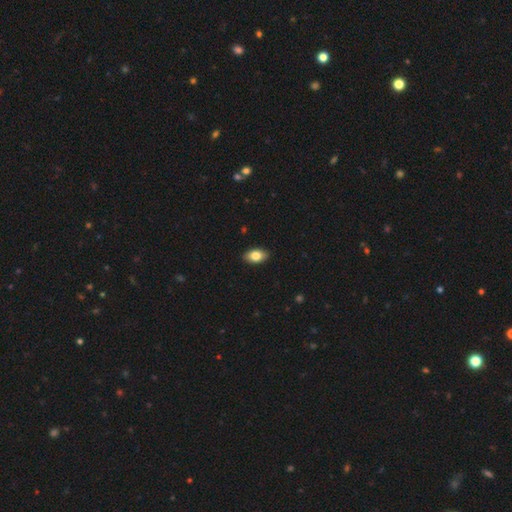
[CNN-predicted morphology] type=smooth (82%); roundness=in between (91%); merging=none (90%).